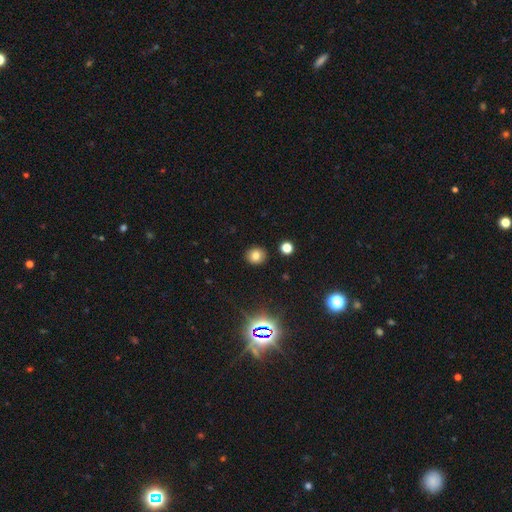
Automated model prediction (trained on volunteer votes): The model was most divided on "how rounded": round: 79%, in between: 20%, cigar-shaped: 1%. More confident: merging — none (89%); smooth or featured — smooth (77%).